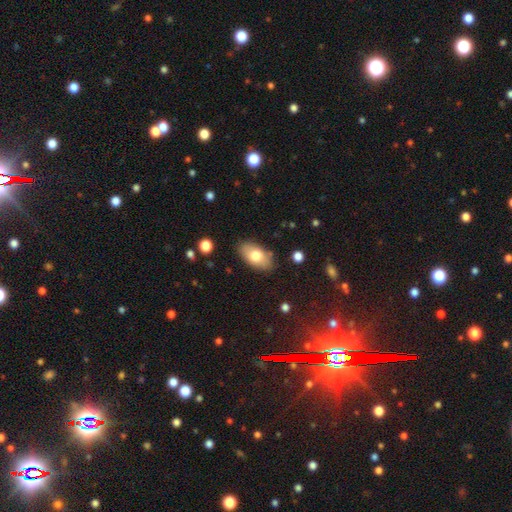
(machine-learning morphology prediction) Q: Smooth or featured?
A: smooth (75%); runner-up: featured or disk (18%)
Q: How rounded?
A: in between (93%); runner-up: round (5%)
Q: Merging?
A: none (83%); runner-up: minor disturbance (12%)